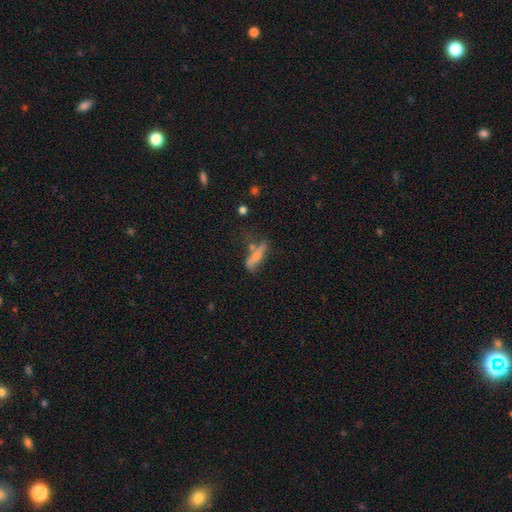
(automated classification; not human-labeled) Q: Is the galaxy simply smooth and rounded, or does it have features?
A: smooth — 59%.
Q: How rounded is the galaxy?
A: cigar-shaped — 67%.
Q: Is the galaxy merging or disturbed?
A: none — 44%.